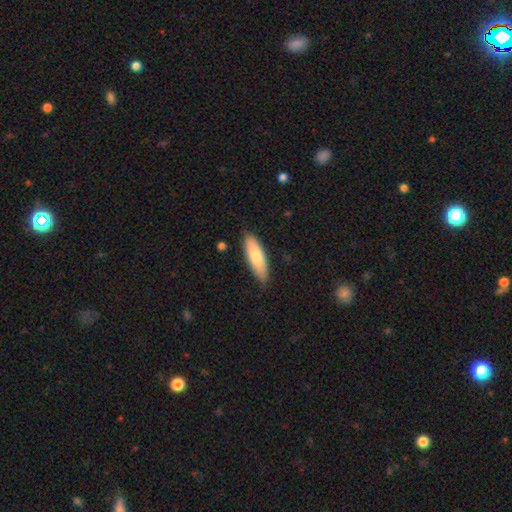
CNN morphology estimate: A smooth galaxy with no disk features (78%) that is in between round and cigar-shaped (54%).

Vote fractions:
- Smooth or featured? smooth: 78% / featured or disk: 17% / star or artifact: 5%
- How rounded? in between: 54% / cigar-shaped: 44% / round: 2%
- Merging? none: 83% / minor disturbance: 14% / major disturbance: 2% / merger: 1%